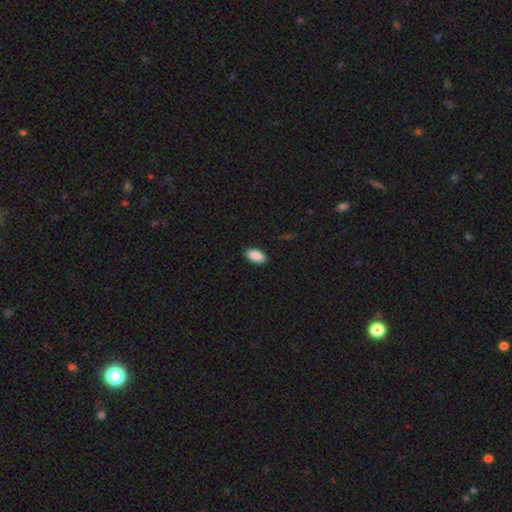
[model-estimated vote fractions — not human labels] The model was most divided on "merging": none: 91%, minor disturbance: 7%, major disturbance: 2%, merger: 1%. More confident: how rounded — in between (94%); smooth or featured — smooth (90%).